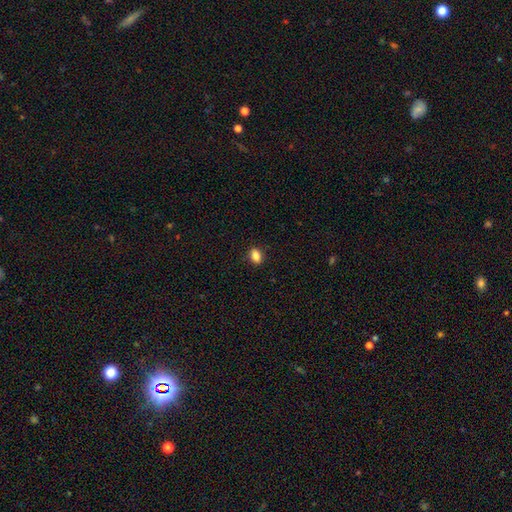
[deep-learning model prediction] A smooth galaxy with no disk features (86%) that is in between round and cigar-shaped (79%). Merging: none (89%).